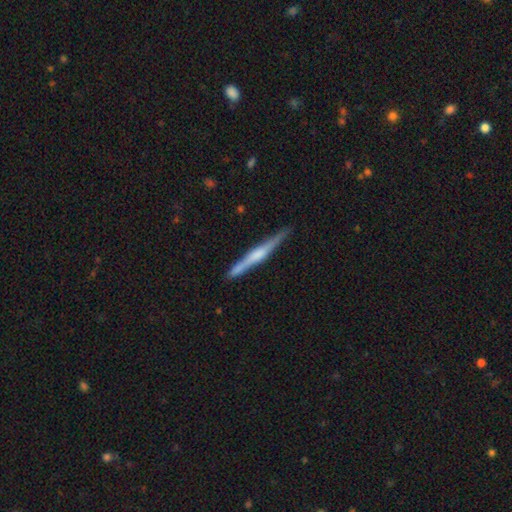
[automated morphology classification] smooth_or_featured: featured or disk (p=0.70) [alt: smooth p=0.24]
disk_edge_on: yes (p=0.98) [alt: no p=0.02]
edge_on_bulge: rounded (p=0.61) [alt: boxy p=0.21]
merging: none (p=0.87) [alt: minor disturbance p=0.09]